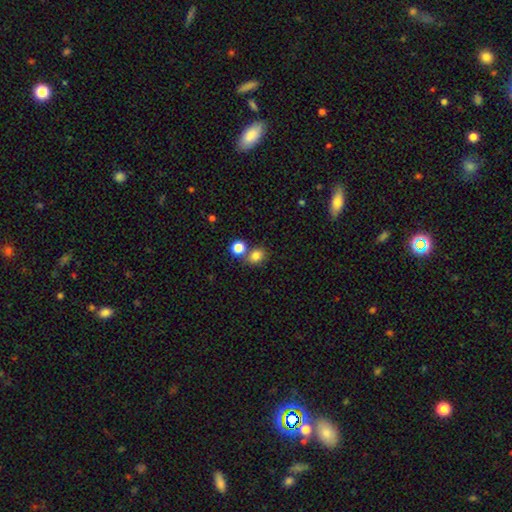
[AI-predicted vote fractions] smooth_or_featured: smooth (p=0.81) [alt: star or artifact p=0.13]
how_rounded: round (p=0.73) [alt: in between p=0.26]
merging: none (p=0.62) [alt: merger p=0.26]